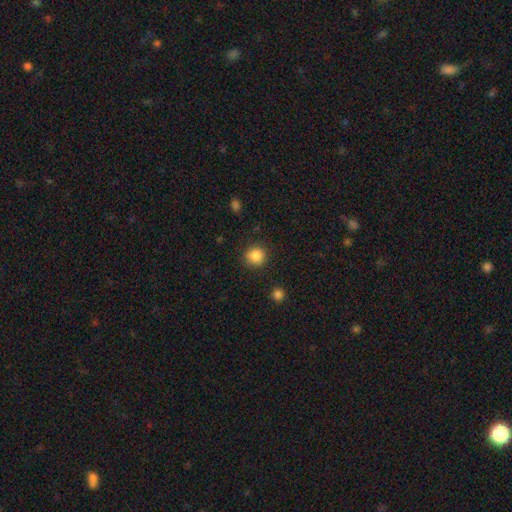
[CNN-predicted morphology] The model was most divided on "smooth or featured": smooth: 87%, star or artifact: 10%, featured or disk: 3%. More confident: how rounded — round (91%); merging — none (88%).